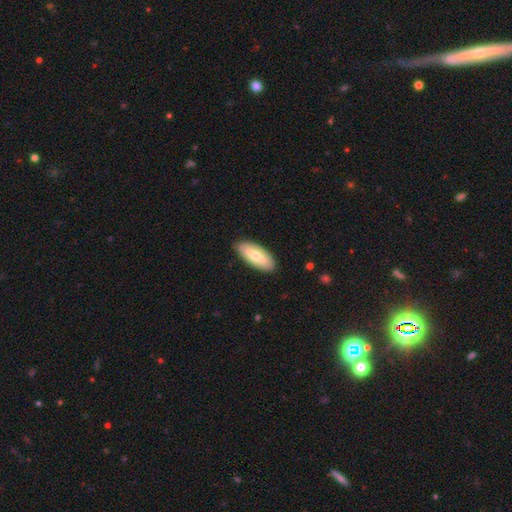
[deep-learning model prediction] smooth_or_featured: smooth (p=0.65) [alt: featured or disk p=0.30]
how_rounded: in between (p=0.83) [alt: cigar-shaped p=0.15]
merging: none (p=0.86) [alt: minor disturbance p=0.11]